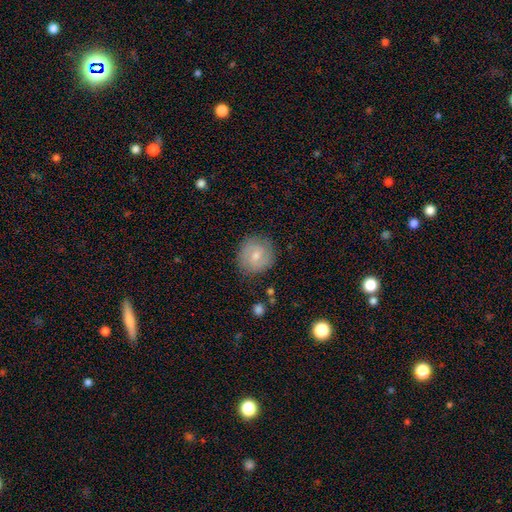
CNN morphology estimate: Smooth or featured? smooth (53%)
How rounded? round (88%)
Merging? none (82%)